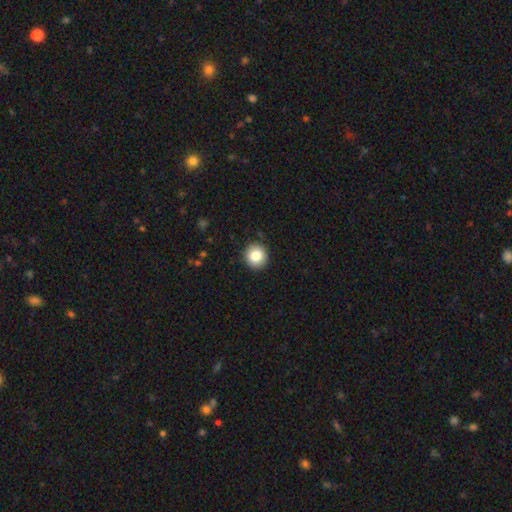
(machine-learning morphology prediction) Smooth or featured?
  - smooth: 84% *
  - star or artifact: 9%
  - featured or disk: 7%
How rounded?
  - round: 91% *
  - in between: 8%
  - cigar-shaped: 1%
Merging?
  - none: 91% *
  - minor disturbance: 6%
  - major disturbance: 2%
  - merger: 1%